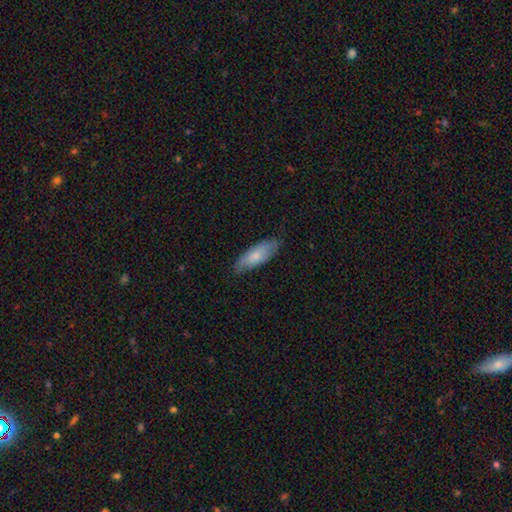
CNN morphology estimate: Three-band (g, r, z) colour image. It shows a smooth galaxy with no disk features (73%) that is in between round and cigar-shaped (60%). Merging: none (77%).